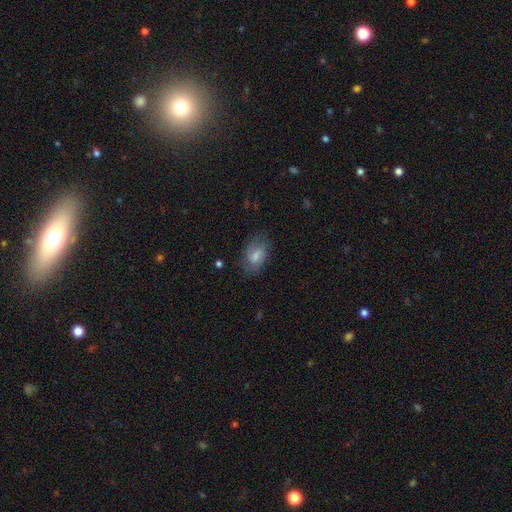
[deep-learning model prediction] smooth_or_featured: smooth (p=0.69) [alt: featured or disk p=0.24]
how_rounded: in between (p=0.87) [alt: round p=0.11]
merging: none (p=0.68) [alt: minor disturbance p=0.22]